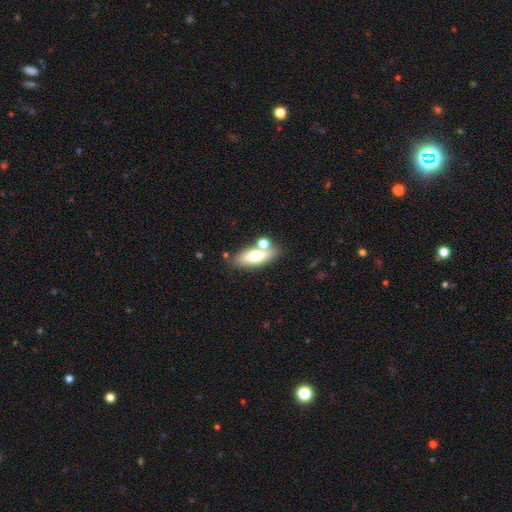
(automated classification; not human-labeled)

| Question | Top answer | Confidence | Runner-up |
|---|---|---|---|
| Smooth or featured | smooth | 61% | featured or disk (31%) |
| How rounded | in between | 67% | cigar-shaped (27%) |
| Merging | none | 66% | merger (17%) |